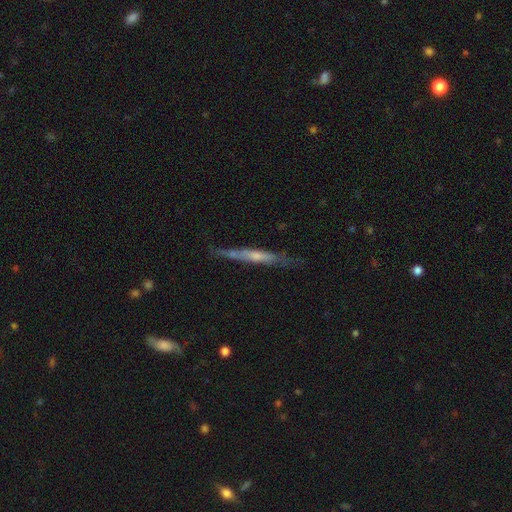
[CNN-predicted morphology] This appears to be a featured or disk galaxy (60%) viewed edge-on (89%) with no central bulge (48%). Merging: none (71%).